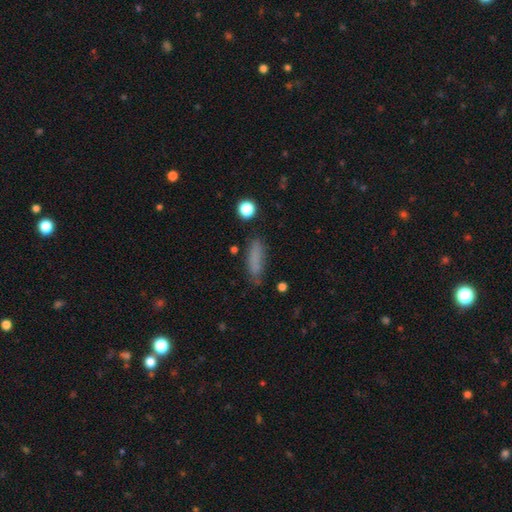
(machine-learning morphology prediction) smooth 77%, featured or disk 11%, star or artifact 11%. Down the decision tree: how rounded — cigar-shaped (56%); merging — none (70%).